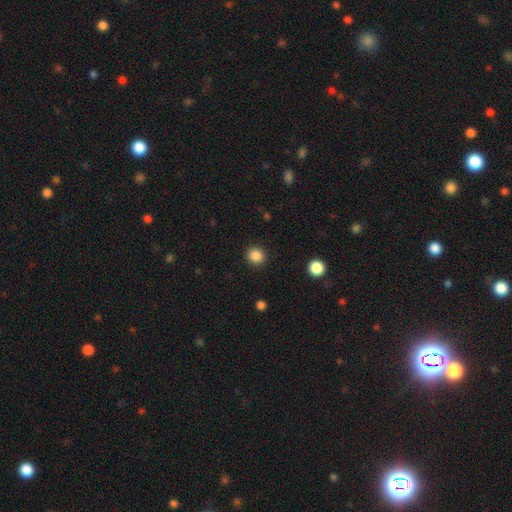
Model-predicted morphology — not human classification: This appears to be a smooth galaxy with no disk features (86%) that is round (91%). Merging: none (91%).